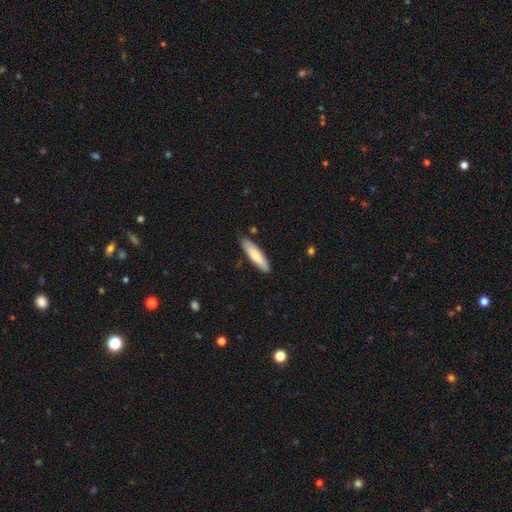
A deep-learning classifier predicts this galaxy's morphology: smooth 72%, featured or disk 22%, star or artifact 5%. Down the decision tree: how rounded — cigar-shaped (72%); merging — none (84%).